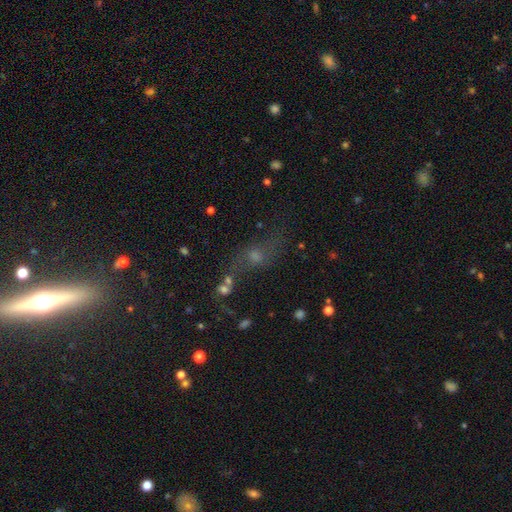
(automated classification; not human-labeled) The model was most divided on "smooth or featured": smooth: 45%, star or artifact: 28%, featured or disk: 26%. More confident: merging — none (51%).